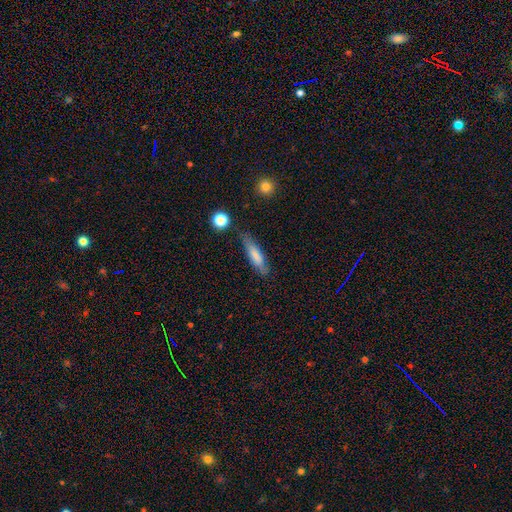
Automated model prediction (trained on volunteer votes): This appears to be a smooth galaxy with no disk features (73%) that is cigar-shaped (73%). Merging: none (72%).